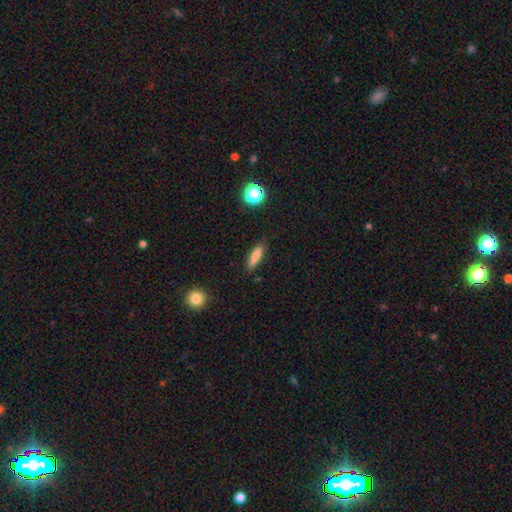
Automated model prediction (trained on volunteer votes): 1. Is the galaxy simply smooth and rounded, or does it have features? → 81% smooth, 10% featured or disk, 9% star or artifact.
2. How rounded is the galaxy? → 68% cigar-shaped, 29% in between, 3% round.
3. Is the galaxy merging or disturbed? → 83% none, 12% minor disturbance, 3% major disturbance, 2% merger.